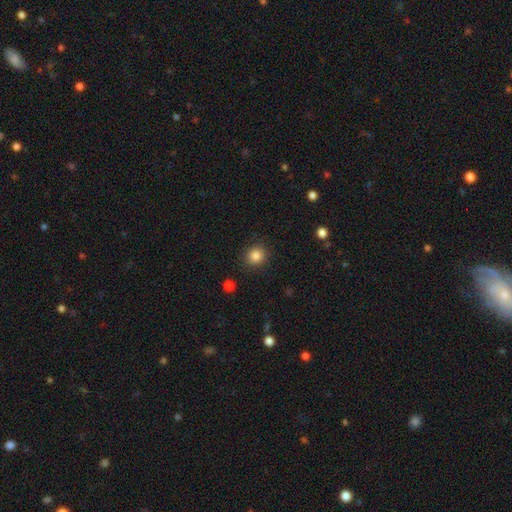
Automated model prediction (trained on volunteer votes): Q: Smooth or featured?
A: smooth (85%); runner-up: star or artifact (11%)
Q: How rounded?
A: round (84%); runner-up: in between (15%)
Q: Merging?
A: none (90%); runner-up: minor disturbance (7%)